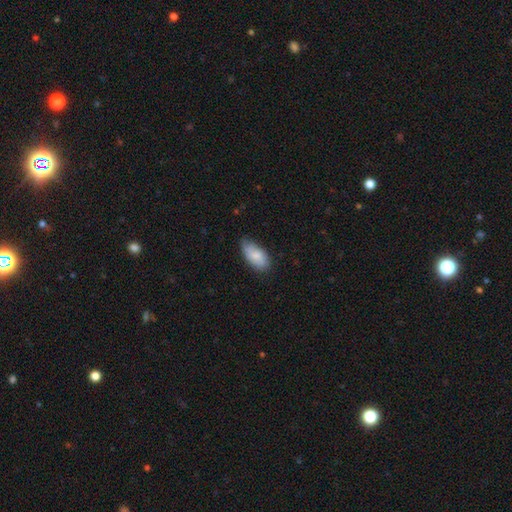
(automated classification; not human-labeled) A smooth galaxy with no disk features (80%) that is in between round and cigar-shaped (93%).

Vote fractions:
- Smooth or featured? smooth: 80% / featured or disk: 14% / star or artifact: 6%
- How rounded? in between: 93% / cigar-shaped: 4% / round: 3%
- Merging? none: 65% / minor disturbance: 29% / major disturbance: 4% / merger: 1%